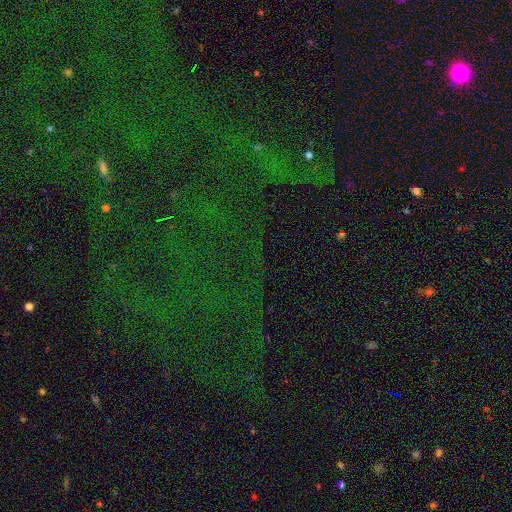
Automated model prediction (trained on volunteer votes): smooth_or_featured: star or artifact (p=0.80) [alt: smooth p=0.12]